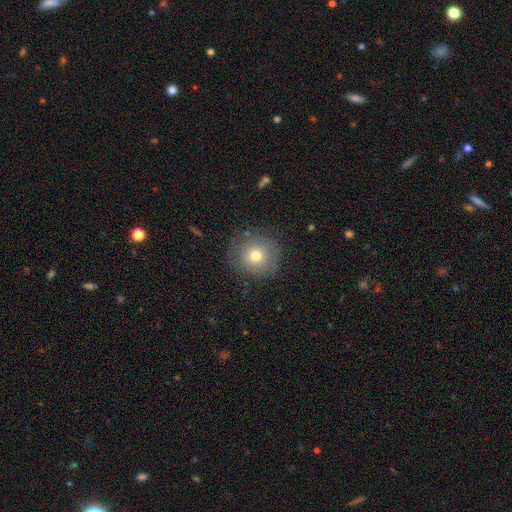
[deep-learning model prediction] smooth_or_featured: smooth (p=0.66) [alt: featured or disk p=0.22]
how_rounded: round (p=0.92) [alt: in between p=0.07]
merging: none (p=0.78) [alt: minor disturbance p=0.14]